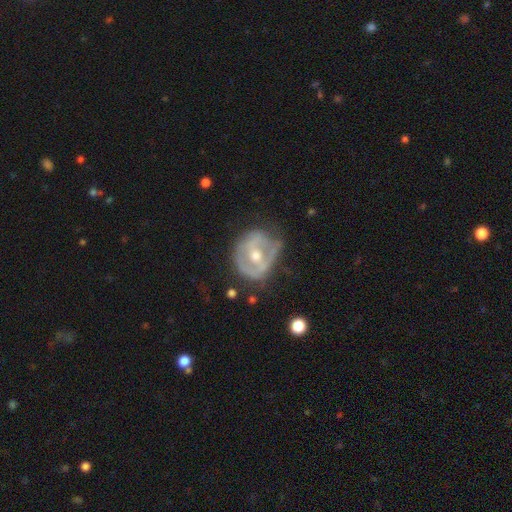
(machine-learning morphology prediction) This is likely a featured or disk galaxy (73%). It is clearly not viewed edge-on (96%). Bar: marginally weak (38%). Spiral arm pattern: possibly no (52%). Central bulge: likely moderate (62%). Merging: possibly none (50%).